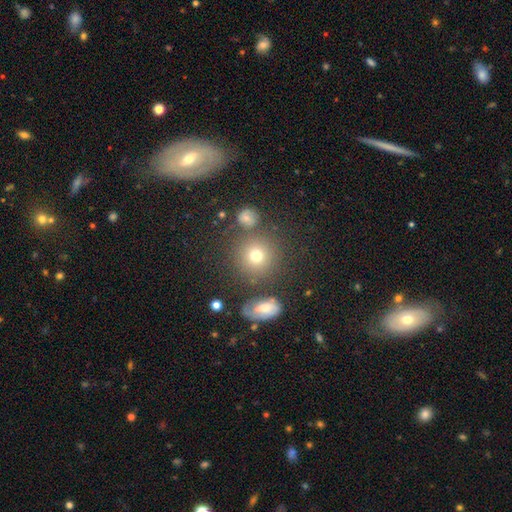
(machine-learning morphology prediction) A smooth galaxy with no disk features (65%) that is round (88%). Merging: none (75%).